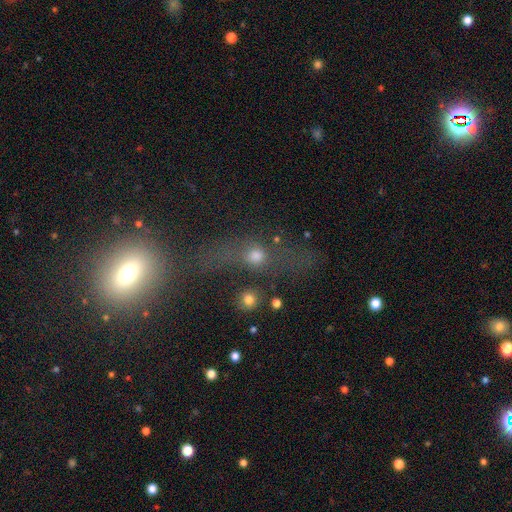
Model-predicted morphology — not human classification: A smooth galaxy with no disk features (50%).

Vote fractions:
- Smooth or featured? smooth: 50% / star or artifact: 25% / featured or disk: 25%
- Merging? none: 42% / merger: 27% / major disturbance: 17% / minor disturbance: 14%